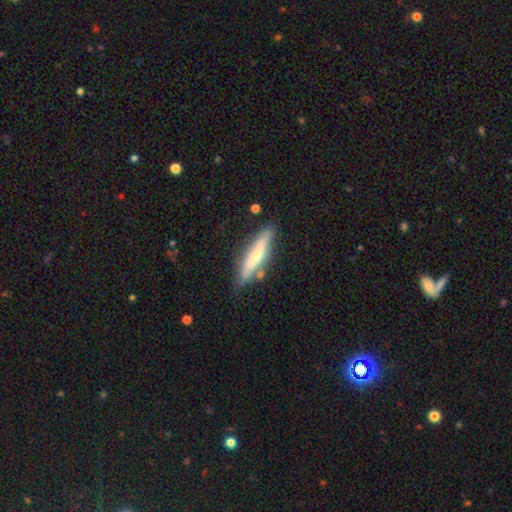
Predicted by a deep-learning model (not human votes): smooth-or-featured: smooth: 53% | featured or disk: 41% | star or artifact: 6%
  how-rounded: cigar-shaped: 84% | in between: 14% | round: 2%
  merging: none: 72% | minor disturbance: 19% | merger: 6% | major disturbance: 4%